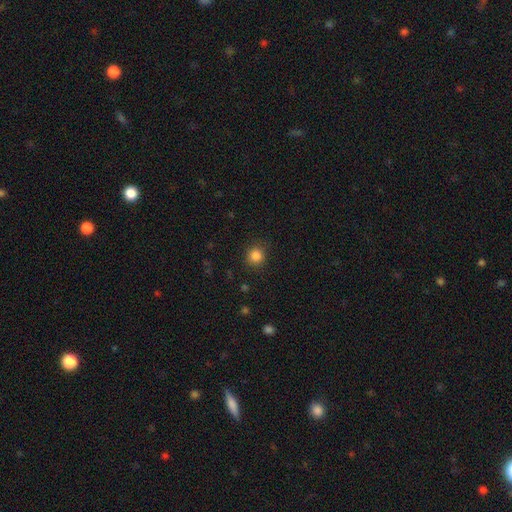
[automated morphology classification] This appears to be a smooth galaxy with no disk features (85%) that is round (91%). Merging: none (88%).